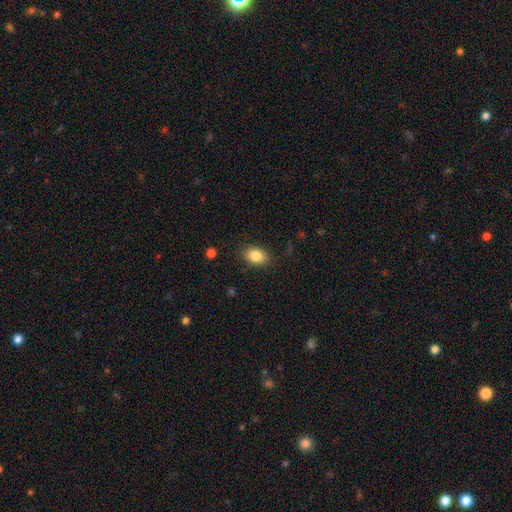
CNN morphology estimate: This appears to be a smooth galaxy with no disk features (85%) that is in between round and cigar-shaped (80%). Merging: none (86%).